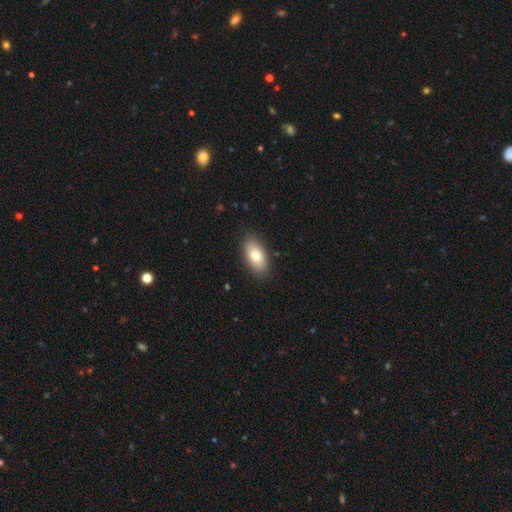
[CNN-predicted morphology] smooth-or-featured: smooth: 75% | featured or disk: 18% | star or artifact: 7%
  how-rounded: in between: 92% | round: 5% | cigar-shaped: 4%
  merging: none: 87% | minor disturbance: 10% | major disturbance: 2% | merger: 1%